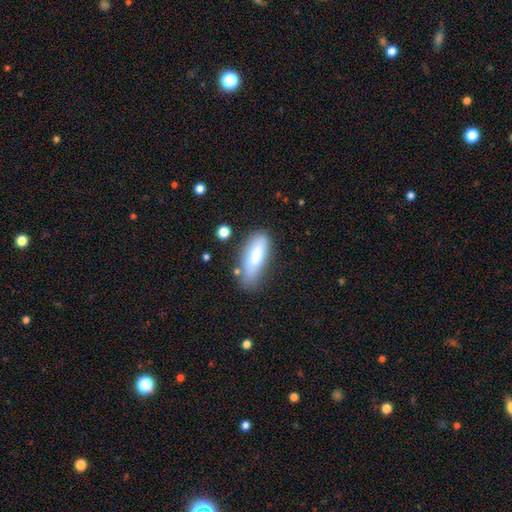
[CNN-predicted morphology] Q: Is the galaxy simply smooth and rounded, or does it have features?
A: smooth — 77%.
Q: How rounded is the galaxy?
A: in between — 69%.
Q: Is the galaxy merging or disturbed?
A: none — 68%.